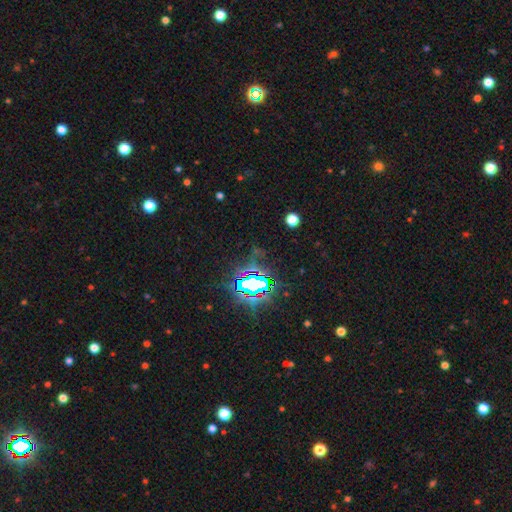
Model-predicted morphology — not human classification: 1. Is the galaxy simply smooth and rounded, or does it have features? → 79% star or artifact, 12% smooth, 9% featured or disk.